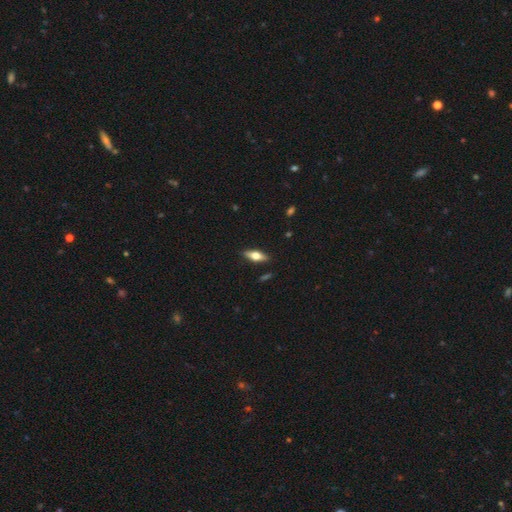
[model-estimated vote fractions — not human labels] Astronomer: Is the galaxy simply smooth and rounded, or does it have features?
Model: smooth — 48% (runner-up: featured or disk, 46%).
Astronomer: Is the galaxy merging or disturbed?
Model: none — 88%.